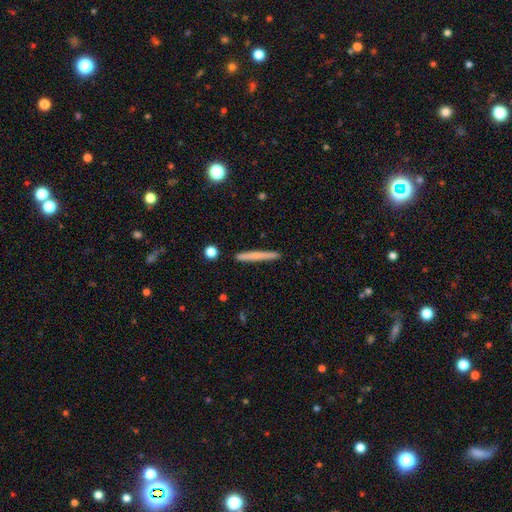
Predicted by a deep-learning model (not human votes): Smooth or featured? smooth (66%)
How rounded? cigar-shaped (96%)
Merging? none (90%)